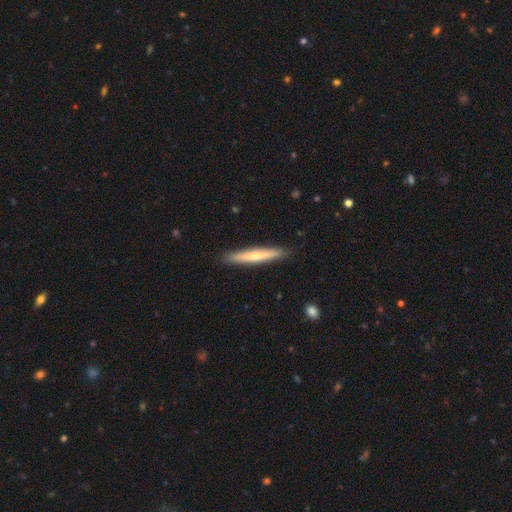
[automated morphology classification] Smooth or featured? Predicted: smooth (p=0.58). How rounded? Predicted: cigar-shaped (p=0.95). Merging? Predicted: none (p=0.91).